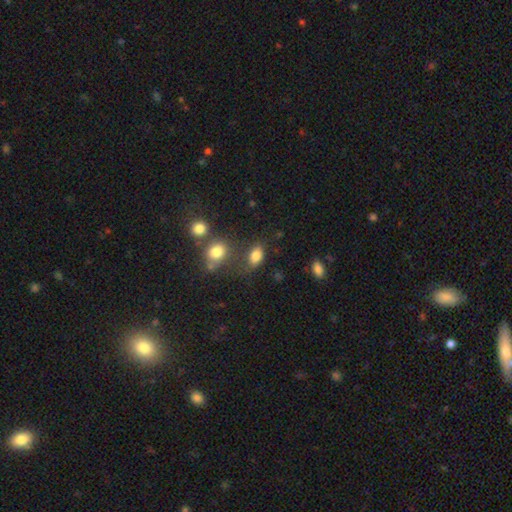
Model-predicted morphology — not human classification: smooth 82%, star or artifact 11%, featured or disk 7%. Down the decision tree: how rounded — in between (84%); merging — none (60%).